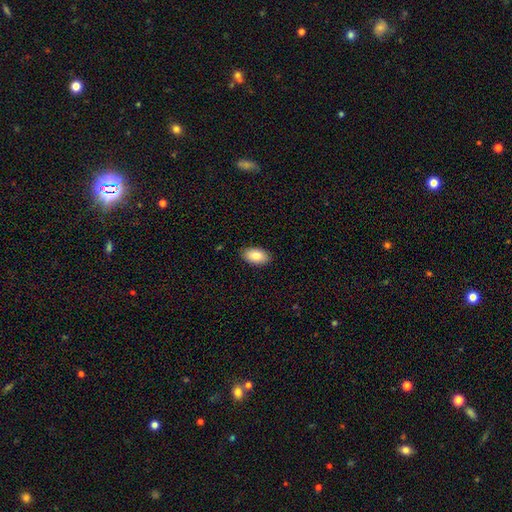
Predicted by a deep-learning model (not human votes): This appears to be a smooth galaxy with no disk features (82%) that is in between round and cigar-shaped (94%). Merging: none (88%).